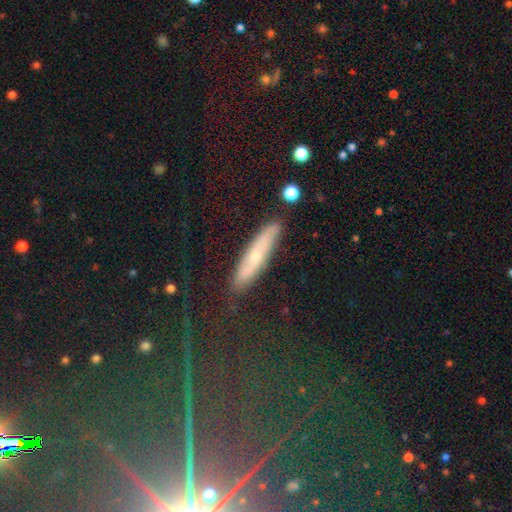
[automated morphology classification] smooth-or-featured: featured or disk: 47% | smooth: 42% | star or artifact: 12%
  merging: none: 85% | minor disturbance: 11% | major disturbance: 2% | merger: 2%